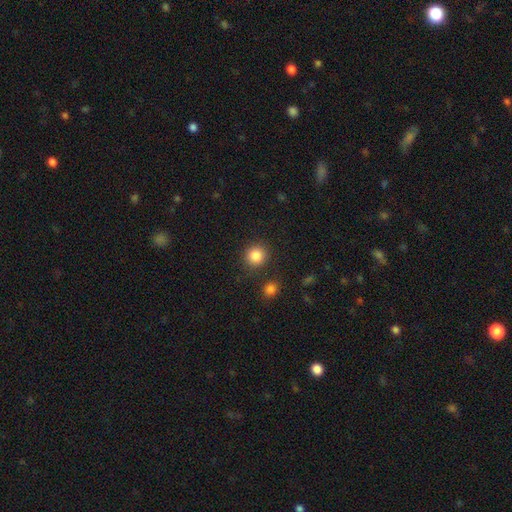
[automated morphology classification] smooth-or-featured: smooth: 86% | star or artifact: 10% | featured or disk: 4%
  how-rounded: round: 89% | in between: 10% | cigar-shaped: 1%
  merging: none: 85% | minor disturbance: 8% | merger: 4% | major disturbance: 3%